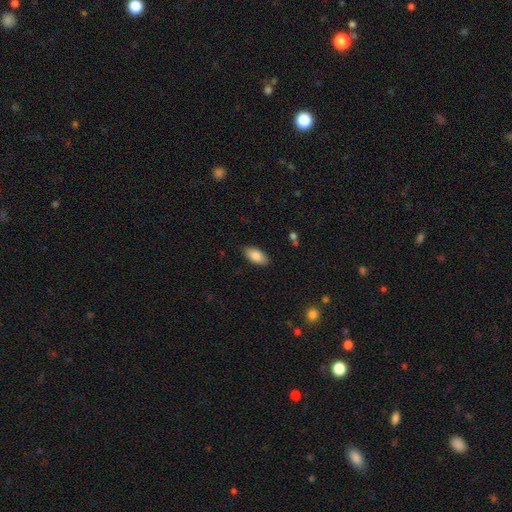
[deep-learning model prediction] Morphology: type=smooth (85%); roundness=in between (92%); merging=none (87%).